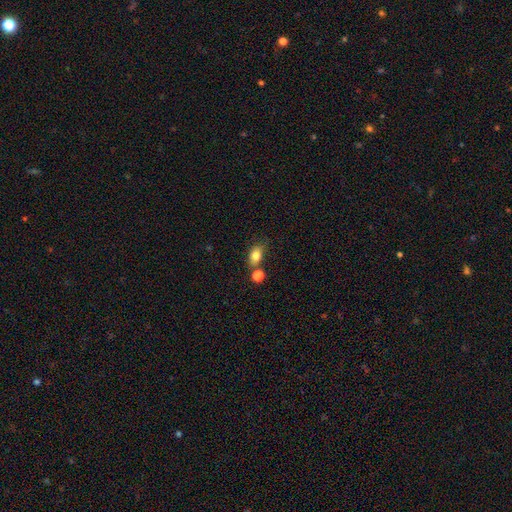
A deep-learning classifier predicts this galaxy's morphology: Smooth or featured: smooth — 80% (star or artifact — 11%)
How rounded: in between — 73% (round — 25%)
Merging: none — 60% (merger — 19%)